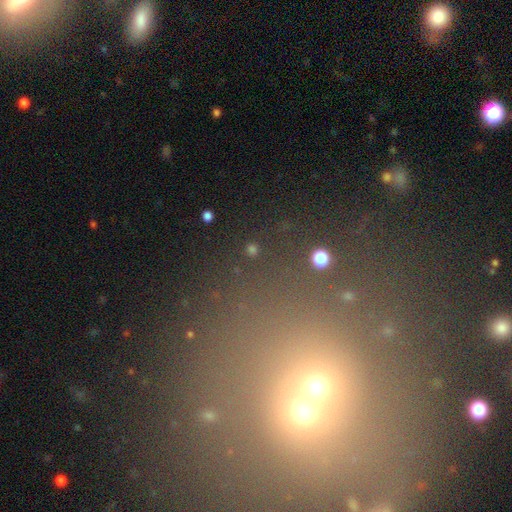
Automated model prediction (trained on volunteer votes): A star or artifact, not a galaxy (50%).

Vote fractions:
- Smooth or featured? star or artifact: 50% / smooth: 37% / featured or disk: 14%